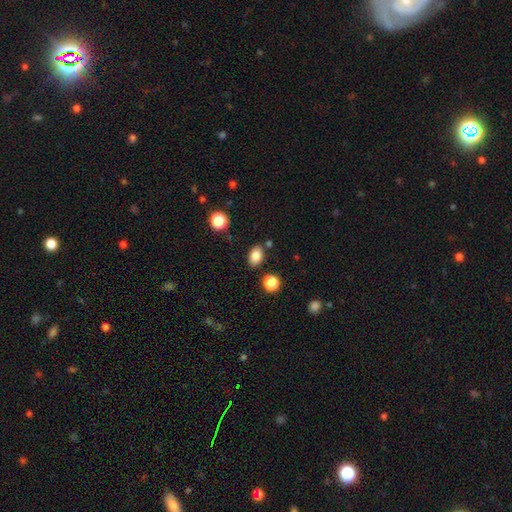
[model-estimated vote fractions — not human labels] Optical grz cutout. It shows a smooth galaxy with no disk features (84%) that is in between round and cigar-shaped (82%). Merging: none (81%).